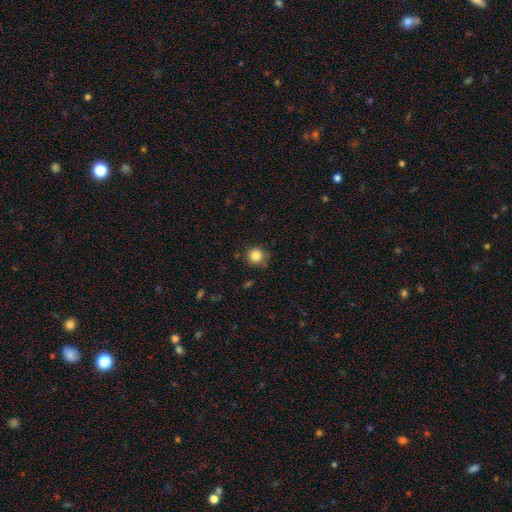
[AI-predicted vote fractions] Overall: smooth (85%). How rounded: round (92%). Merging: none (83%).